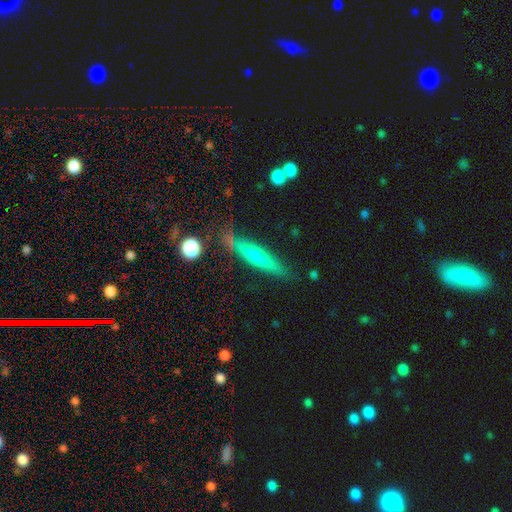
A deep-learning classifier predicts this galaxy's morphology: smooth_or_featured: smooth (p=0.53) [alt: featured or disk p=0.39]
how_rounded: cigar-shaped (p=0.86) [alt: in between p=0.12]
merging: none (p=0.74) [alt: minor disturbance p=0.17]